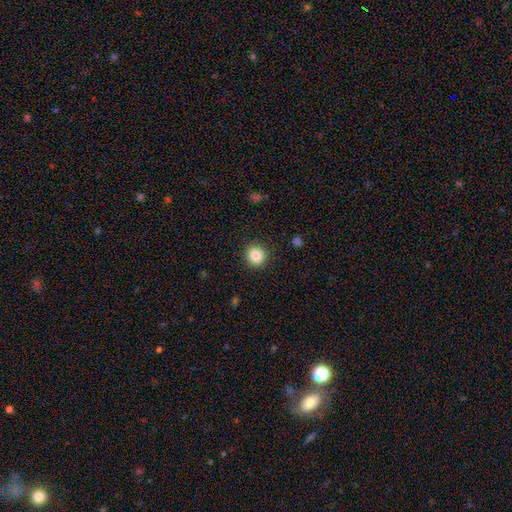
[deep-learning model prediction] A smooth galaxy with no disk features (85%) that is round (92%). Merging: none (91%).